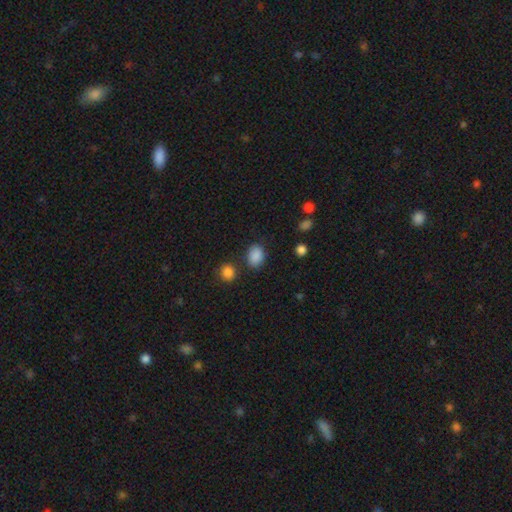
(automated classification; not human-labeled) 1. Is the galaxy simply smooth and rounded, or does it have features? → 87% smooth, 10% star or artifact, 3% featured or disk.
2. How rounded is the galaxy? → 68% in between, 31% round, 1% cigar-shaped.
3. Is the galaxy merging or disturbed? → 79% none, 12% minor disturbance, 5% merger, 4% major disturbance.